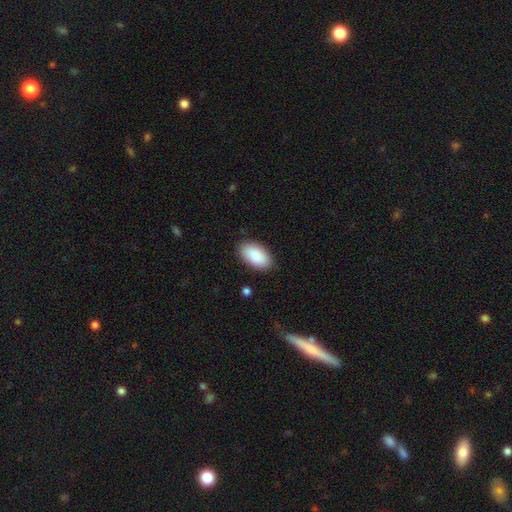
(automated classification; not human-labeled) smooth-or-featured: smooth: 90% | star or artifact: 6% | featured or disk: 4%
  how-rounded: in between: 95% | round: 2% | cigar-shaped: 2%
  merging: none: 87% | minor disturbance: 9% | major disturbance: 2% | merger: 1%